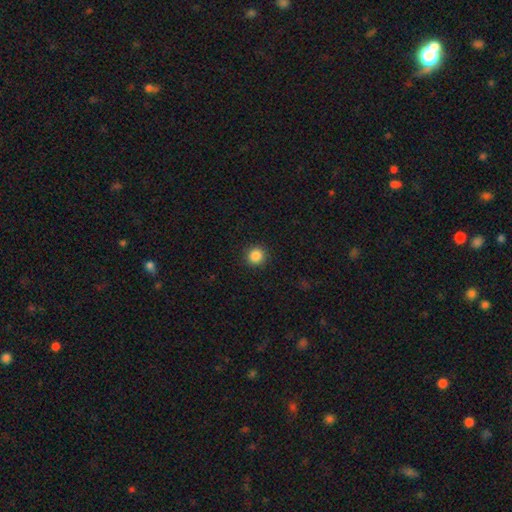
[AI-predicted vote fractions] Smooth or featured?
  - smooth: 87% *
  - star or artifact: 10%
  - featured or disk: 3%
How rounded?
  - round: 94% *
  - in between: 6%
  - cigar-shaped: 1%
Merging?
  - none: 92% *
  - minor disturbance: 5%
  - major disturbance: 2%
  - merger: 1%